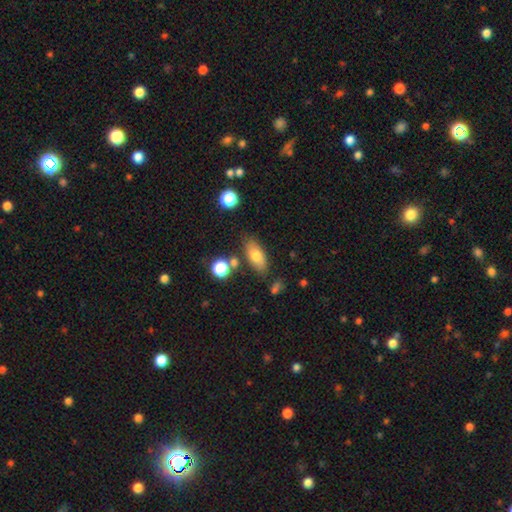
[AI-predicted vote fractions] smooth_or_featured: smooth (p=0.74) [alt: featured or disk p=0.16]
how_rounded: in between (p=0.83) [alt: cigar-shaped p=0.11]
merging: none (p=0.76) [alt: minor disturbance p=0.14]